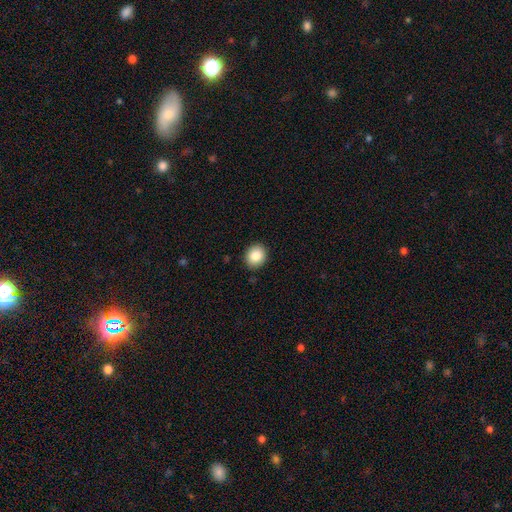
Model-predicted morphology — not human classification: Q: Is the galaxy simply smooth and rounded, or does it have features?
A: smooth — 85%.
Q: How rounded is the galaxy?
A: round — 72%.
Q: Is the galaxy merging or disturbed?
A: none — 89%.